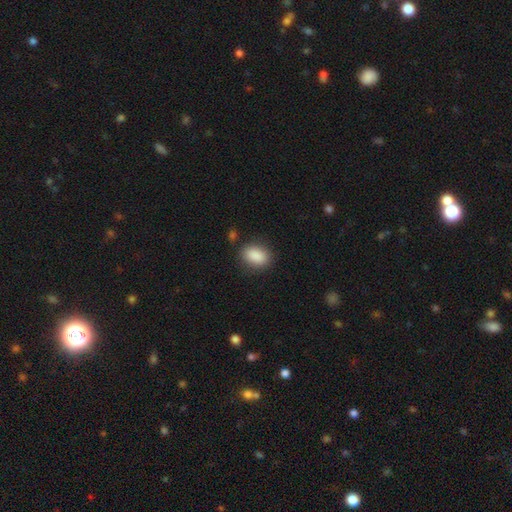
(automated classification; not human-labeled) This appears to be a smooth galaxy with no disk features (89%) that is in between round and cigar-shaped (84%). Merging: none (82%).